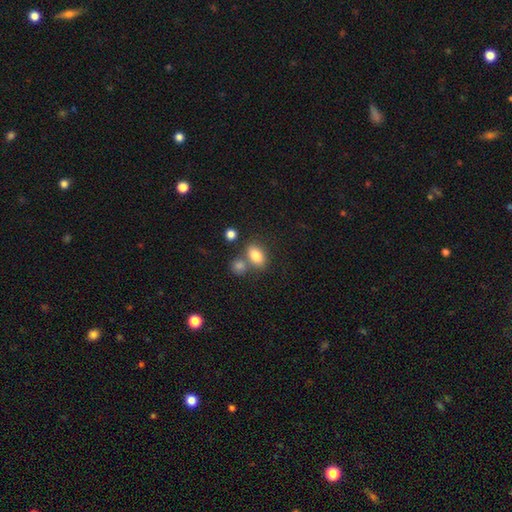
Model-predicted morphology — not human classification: A smooth galaxy with no disk features (81%) that is in between round and cigar-shaped (81%). Merging: none (58%).